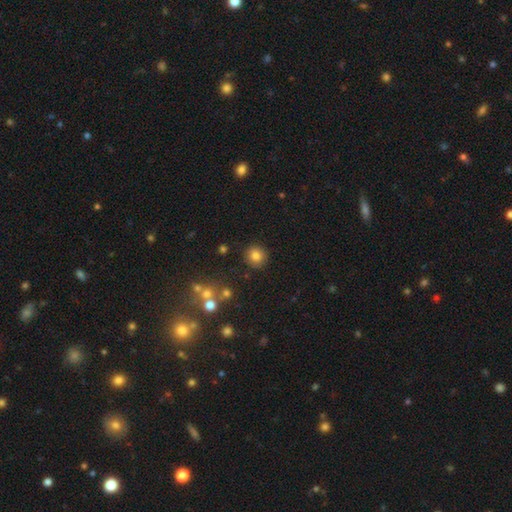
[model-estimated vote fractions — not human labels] Smooth or featured? Predicted: smooth (p=0.80). How rounded? Predicted: round (p=0.92). Merging? Predicted: none (p=0.89).